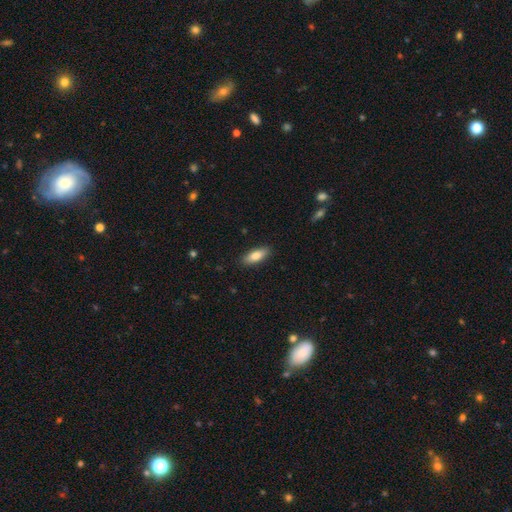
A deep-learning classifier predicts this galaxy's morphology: smooth-or-featured: smooth: 81% | featured or disk: 13% | star or artifact: 6%
  how-rounded: in between: 70% | cigar-shaped: 28% | round: 2%
  merging: none: 89% | minor disturbance: 8% | major disturbance: 2% | merger: 1%